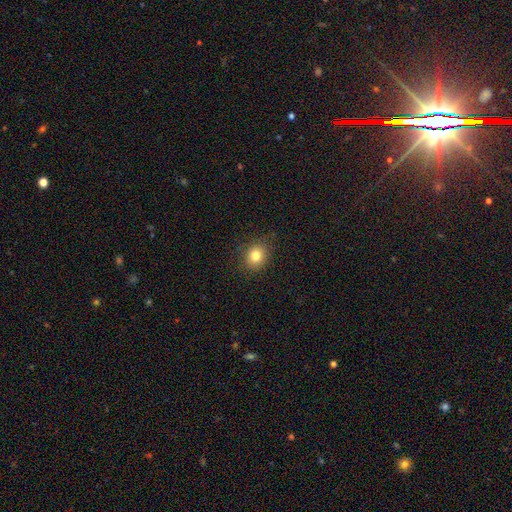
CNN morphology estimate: The model was most divided on "how rounded": round: 68%, in between: 31%, cigar-shaped: 1%. More confident: merging — none (87%); smooth or featured — smooth (81%).